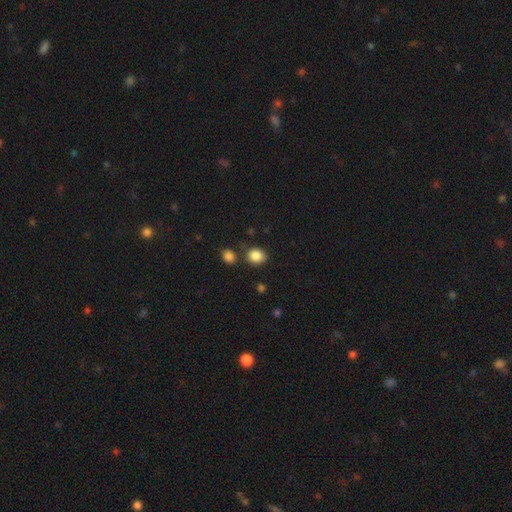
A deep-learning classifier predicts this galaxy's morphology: Smooth or featured? smooth (86%)
How rounded? round (55%)
Merging? none (74%)